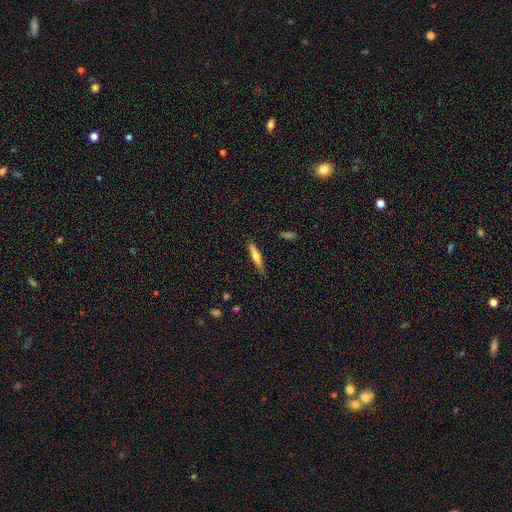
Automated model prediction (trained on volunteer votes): Smooth or featured? smooth (54%)
How rounded? cigar-shaped (84%)
Merging? none (85%)